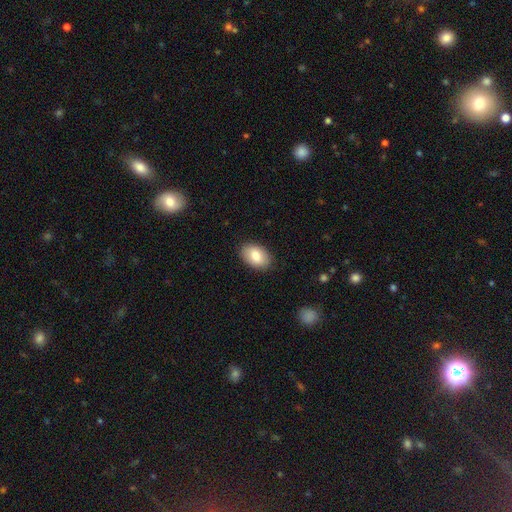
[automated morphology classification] This is clearly a smooth galaxy (83%). How rounded: clearly in between (89%). Merging: clearly none (88%).